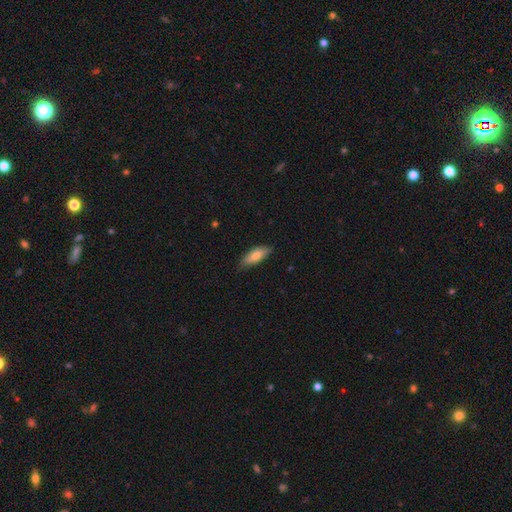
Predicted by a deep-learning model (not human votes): Smooth or featured: smooth — 71% (featured or disk — 23%)
How rounded: in between — 67% (cigar-shaped — 31%)
Merging: none — 77% (minor disturbance — 19%)